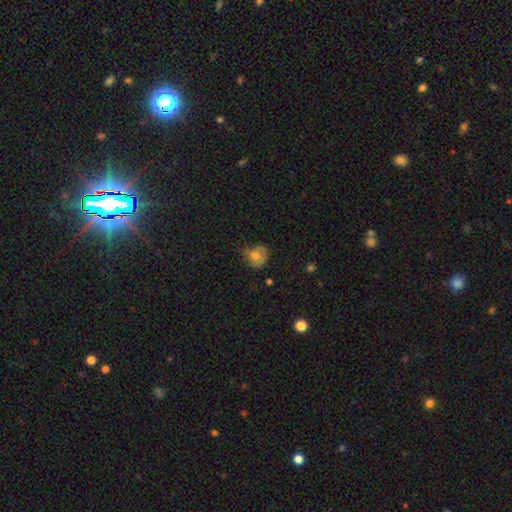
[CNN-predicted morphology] type=smooth (69%); roundness=round (64%); merging=none (46%).